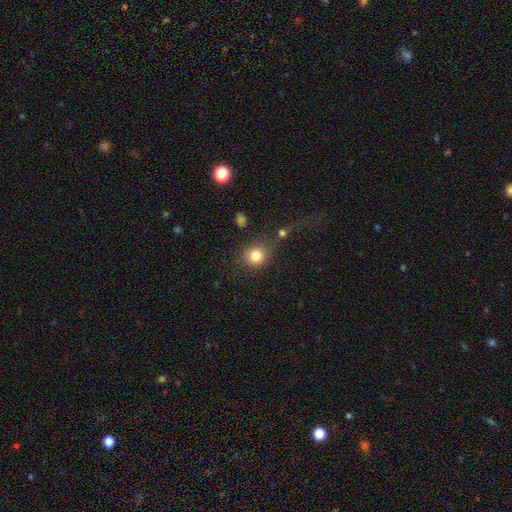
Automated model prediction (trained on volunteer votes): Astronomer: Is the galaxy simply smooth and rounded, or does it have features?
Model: smooth — 83%.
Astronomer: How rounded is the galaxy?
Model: round — 83%.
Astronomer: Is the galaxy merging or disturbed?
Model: none — 70%.